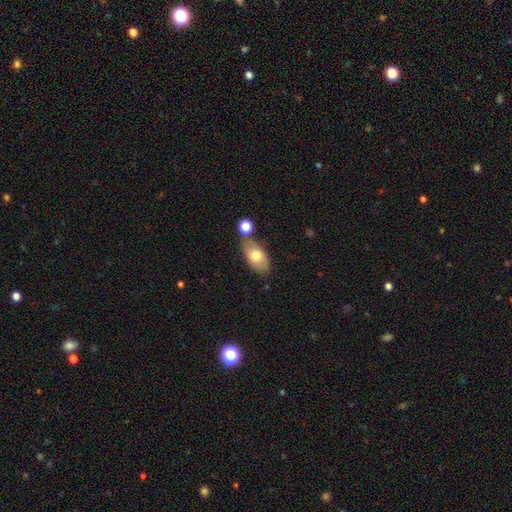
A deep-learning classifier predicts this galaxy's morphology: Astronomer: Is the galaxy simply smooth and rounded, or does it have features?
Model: smooth — 73%.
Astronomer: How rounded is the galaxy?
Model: in between — 90%.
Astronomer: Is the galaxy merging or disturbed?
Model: none — 58%.